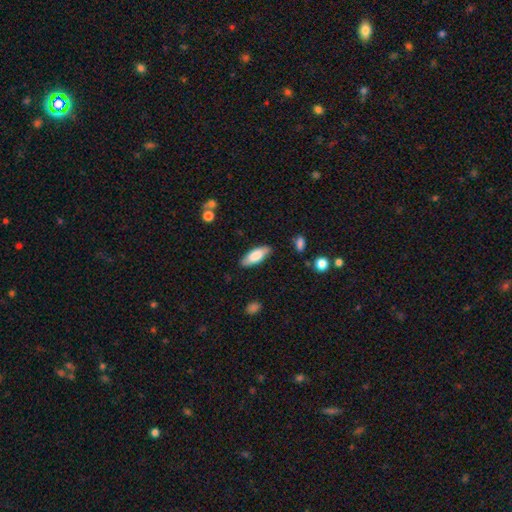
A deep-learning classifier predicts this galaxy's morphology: smooth 78%, featured or disk 16%, star or artifact 6%. Down the decision tree: how rounded — in between (71%); merging — none (83%).